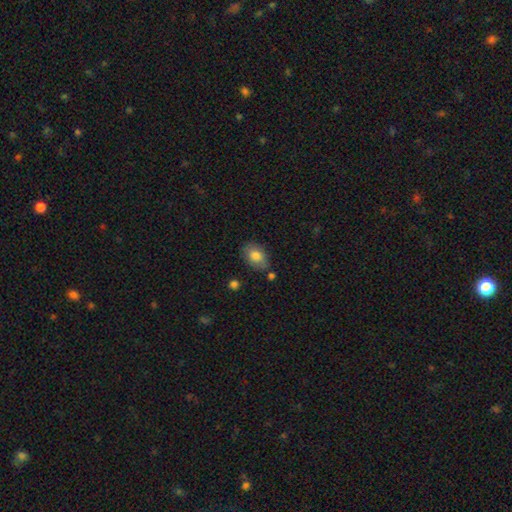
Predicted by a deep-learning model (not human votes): Smooth or featured? Predicted: smooth (p=0.80). How rounded? Predicted: in between (p=0.85). Merging? Predicted: none (p=0.77).